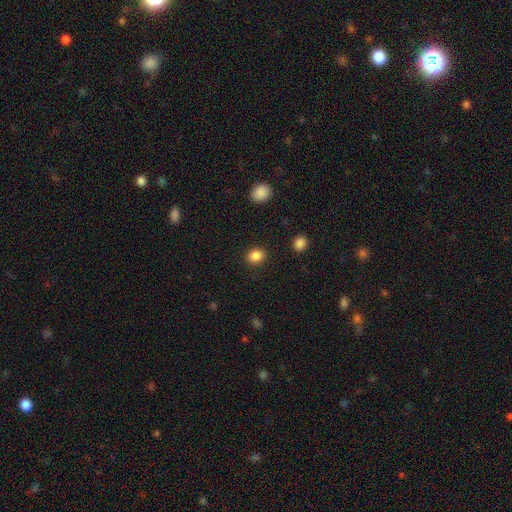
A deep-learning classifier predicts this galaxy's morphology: A smooth galaxy with no disk features (86%) that is round (61%). Merging: none (89%).